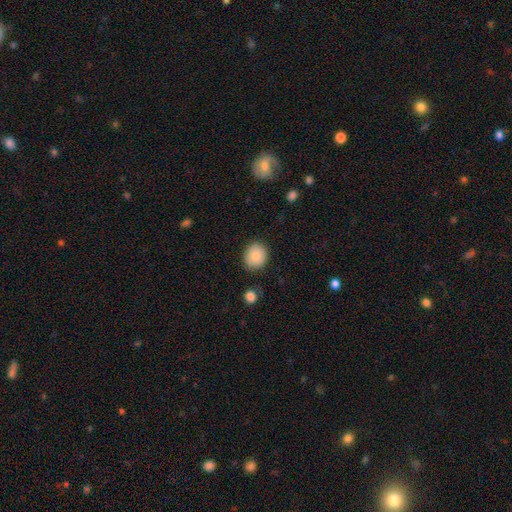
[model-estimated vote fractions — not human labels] A smooth galaxy with no disk features (85%) that is round (71%). Merging: none (84%).